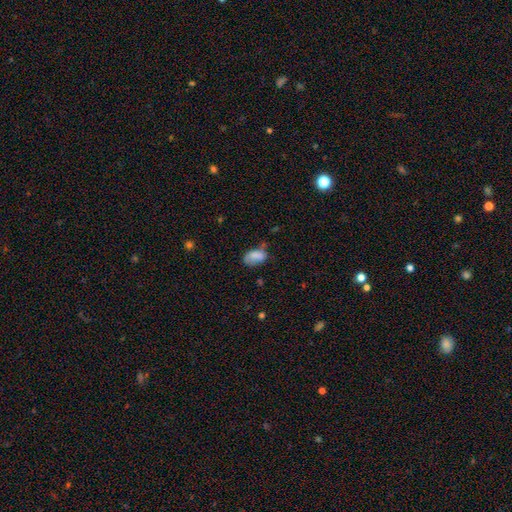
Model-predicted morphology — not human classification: smooth_or_featured: smooth (p=0.80) [alt: featured or disk p=0.11]
how_rounded: in between (p=0.89) [alt: round p=0.10]
merging: none (p=0.50) [alt: minor disturbance p=0.32]